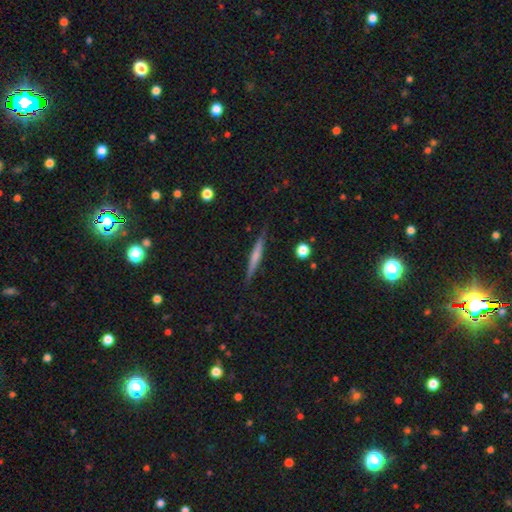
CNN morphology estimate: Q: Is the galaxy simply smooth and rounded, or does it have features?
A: smooth — 47%.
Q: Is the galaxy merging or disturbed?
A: none — 88%.